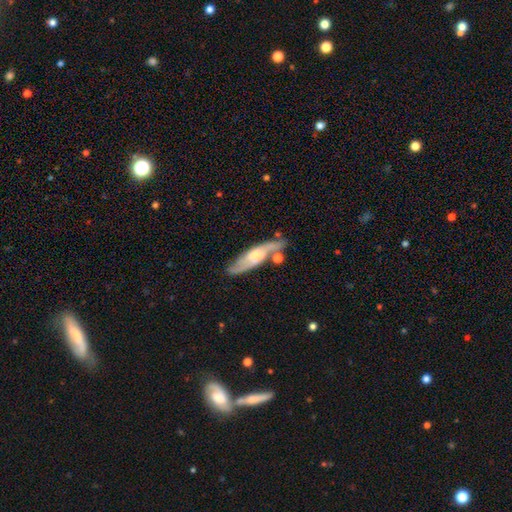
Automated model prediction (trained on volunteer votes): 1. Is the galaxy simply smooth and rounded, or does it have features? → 64% featured or disk, 30% smooth, 6% star or artifact.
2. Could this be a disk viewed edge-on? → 60% no, 40% yes.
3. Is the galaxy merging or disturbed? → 67% none, 17% minor disturbance, 11% merger, 5% major disturbance.